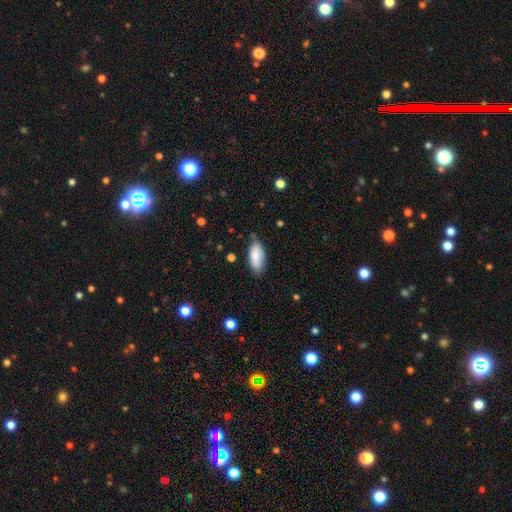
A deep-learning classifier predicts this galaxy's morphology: This is likely a smooth galaxy (80%). How rounded: clearly in between (89%). Merging: likely none (70%).